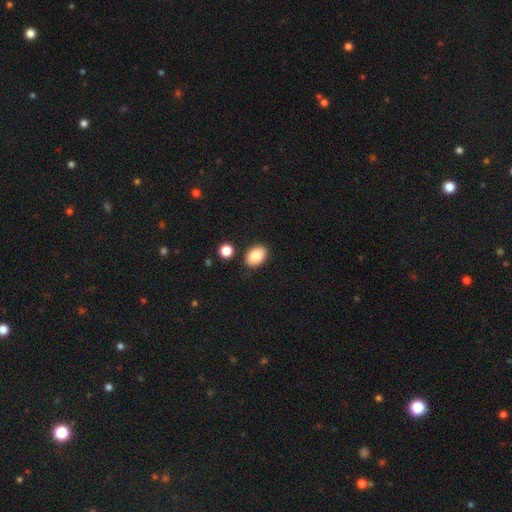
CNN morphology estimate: A smooth galaxy with no disk features (89%) that is in between round and cigar-shaped (86%).

Vote fractions:
- Smooth or featured? smooth: 89% / star or artifact: 7% / featured or disk: 4%
- How rounded? in between: 86% / round: 13% / cigar-shaped: 1%
- Merging? none: 83% / minor disturbance: 11% / merger: 4% / major disturbance: 3%